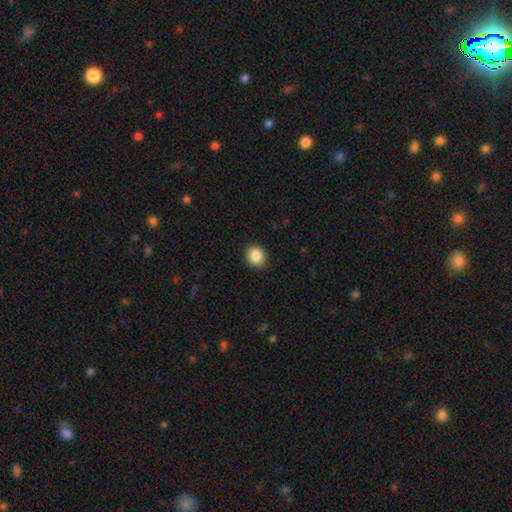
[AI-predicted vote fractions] A smooth galaxy with no disk features (87%) that is round (73%). Merging: none (91%).